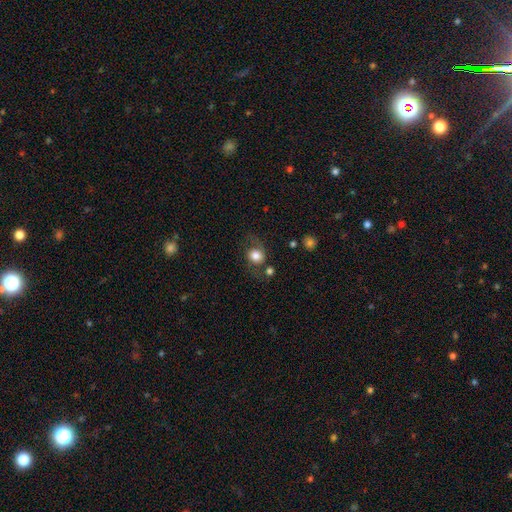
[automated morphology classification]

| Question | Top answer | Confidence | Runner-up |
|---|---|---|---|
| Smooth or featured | smooth | 69% | featured or disk (22%) |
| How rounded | round | 67% | in between (32%) |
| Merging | none | 57% | minor disturbance (21%) |